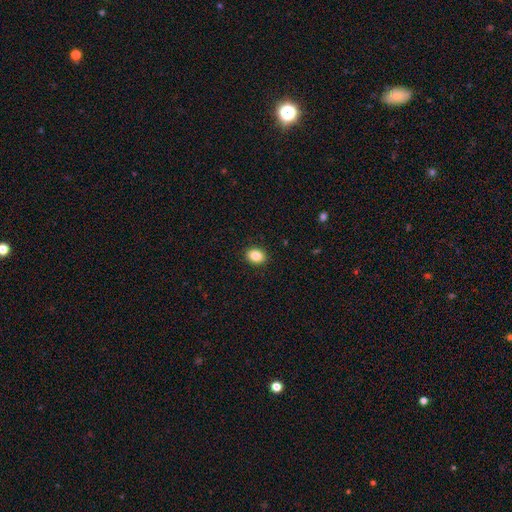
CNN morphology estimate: Smooth or featured? smooth (87%)
How rounded? in between (63%)
Merging? none (91%)